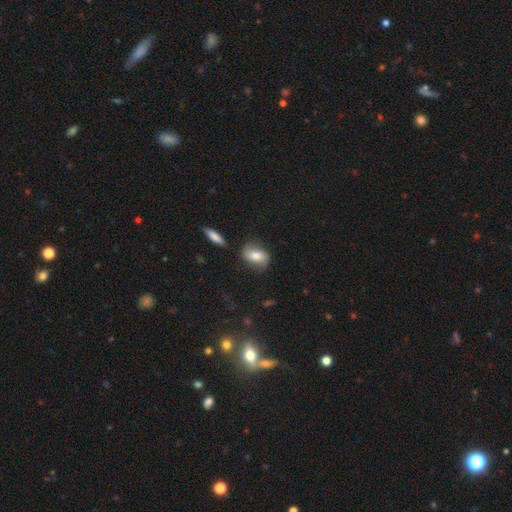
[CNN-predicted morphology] The model was most divided on "smooth or featured": smooth: 63%, featured or disk: 29%, star or artifact: 8%. More confident: how rounded — in between (78%); merging — none (71%).